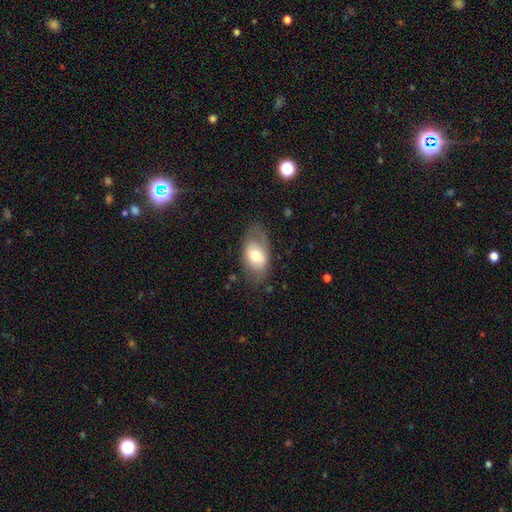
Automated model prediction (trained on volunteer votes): Smooth or featured? Predicted: smooth (p=0.61). How rounded? Predicted: in between (p=0.89). Merging? Predicted: none (p=0.66).